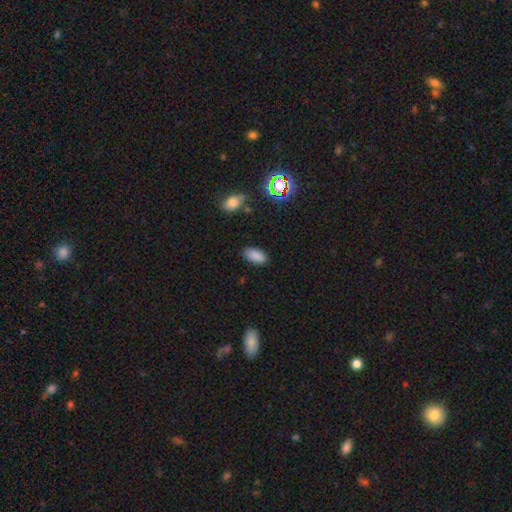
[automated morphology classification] smooth 86%, star or artifact 10%, featured or disk 4%. Down the decision tree: how rounded — in between (93%); merging — none (86%).